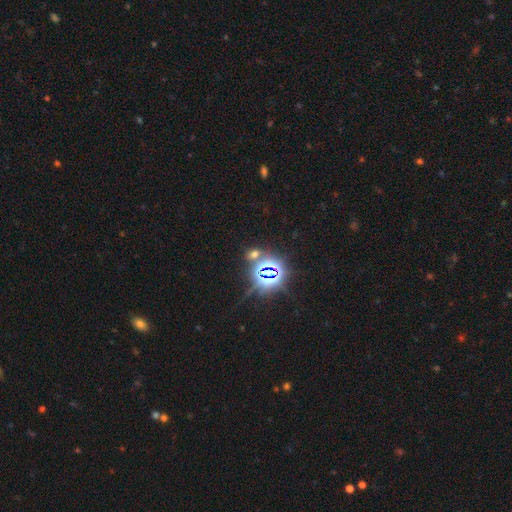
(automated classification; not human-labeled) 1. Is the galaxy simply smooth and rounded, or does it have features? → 79% star or artifact, 13% smooth, 8% featured or disk.